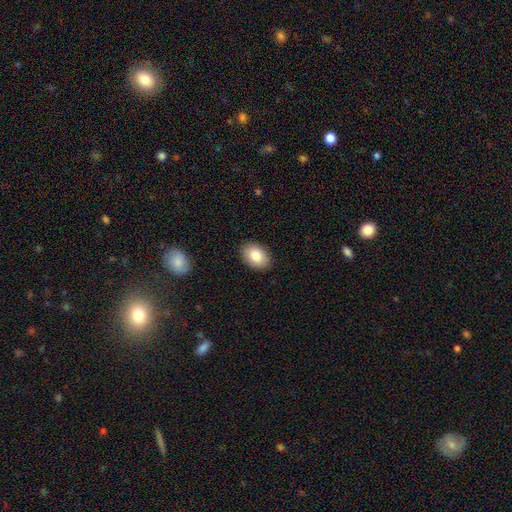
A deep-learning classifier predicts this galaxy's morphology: A smooth galaxy with no disk features (83%) that is in between round and cigar-shaped (85%).

Vote fractions:
- Smooth or featured? smooth: 83% / featured or disk: 10% / star or artifact: 7%
- How rounded? in between: 85% / round: 14% / cigar-shaped: 1%
- Merging? none: 89% / minor disturbance: 8% / major disturbance: 2% / merger: 1%